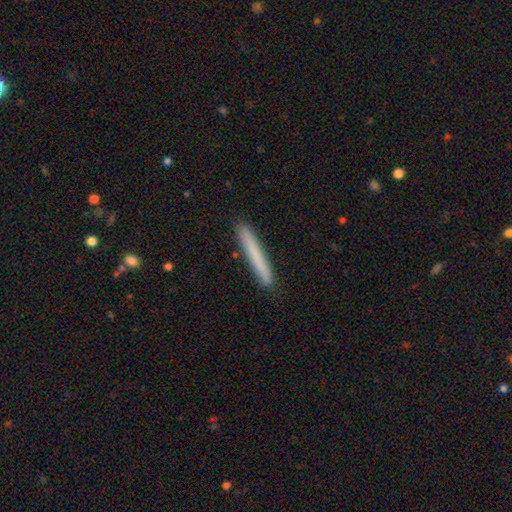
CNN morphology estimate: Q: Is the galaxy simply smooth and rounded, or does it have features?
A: smooth — 73%.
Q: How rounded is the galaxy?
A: cigar-shaped — 97%.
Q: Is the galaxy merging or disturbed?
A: none — 91%.